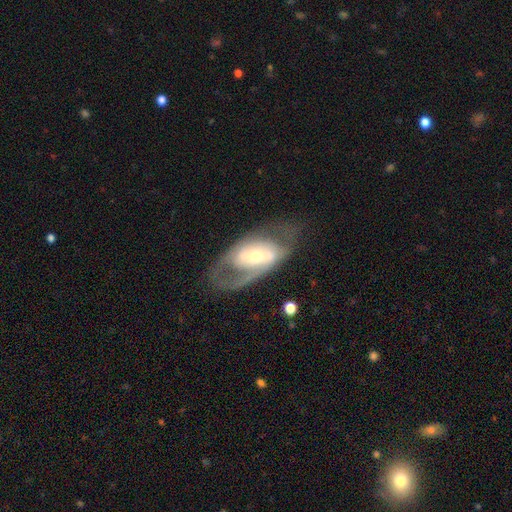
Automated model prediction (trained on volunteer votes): featured or disk 71%, smooth 24%, star or artifact 6%. Down the decision tree: edge-on disk — no (91%); bar — no (46%); spiral arms — yes (63%); bulge size — moderate (46%); merging — none (51%).